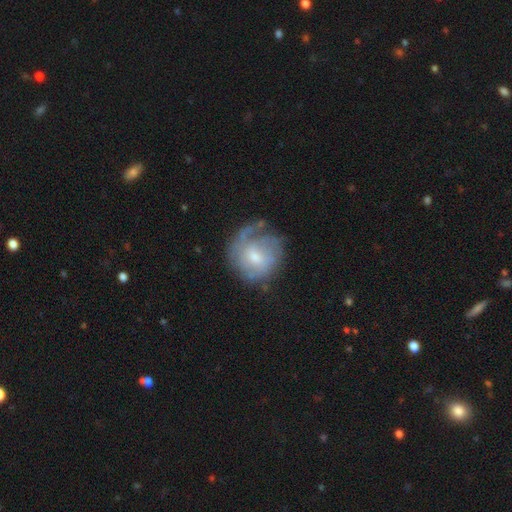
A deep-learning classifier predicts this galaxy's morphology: Smooth or featured? featured or disk (59%)
Edge-on disk? no (97%)
Bar? no (59%)
Spiral arms? yes (73%)
Bulge size? moderate (53%)
Merging? none (51%)